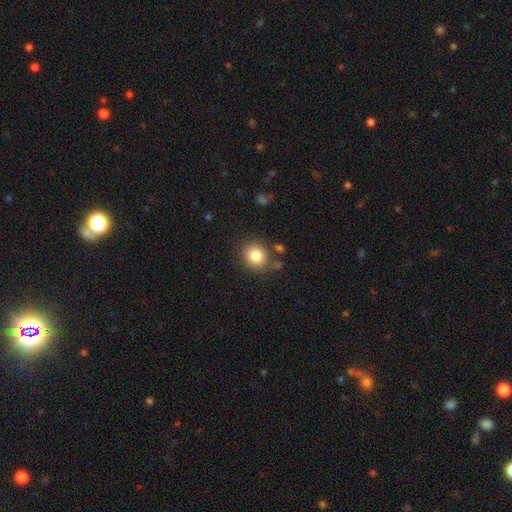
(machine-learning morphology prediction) Smooth or featured? smooth (84%)
How rounded? round (85%)
Merging? none (81%)